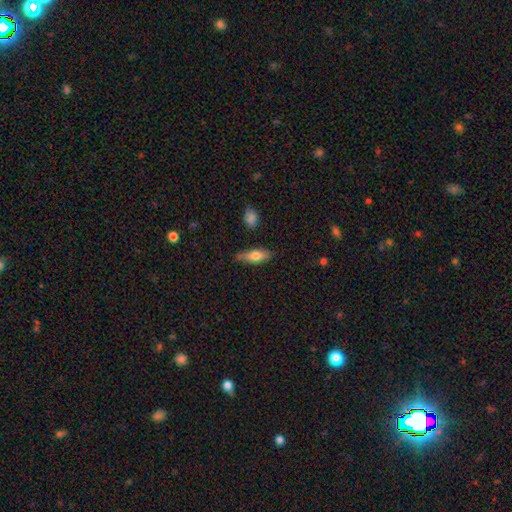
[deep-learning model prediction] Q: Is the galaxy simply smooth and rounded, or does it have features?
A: smooth — 70%.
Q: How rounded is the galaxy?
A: in between — 58%.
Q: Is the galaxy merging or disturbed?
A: none — 77%.